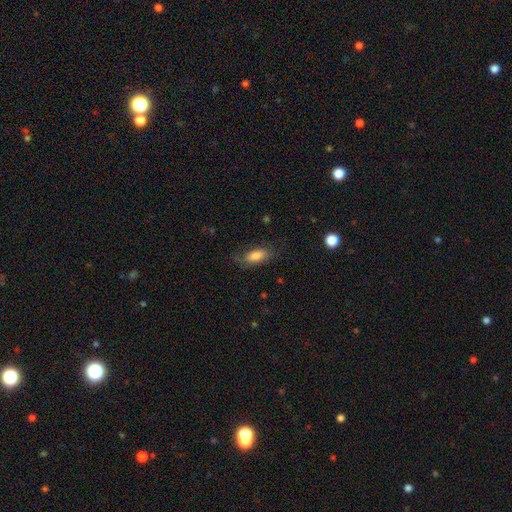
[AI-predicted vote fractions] Overall: smooth (75%). How rounded: in between (82%). Merging: none (67%).